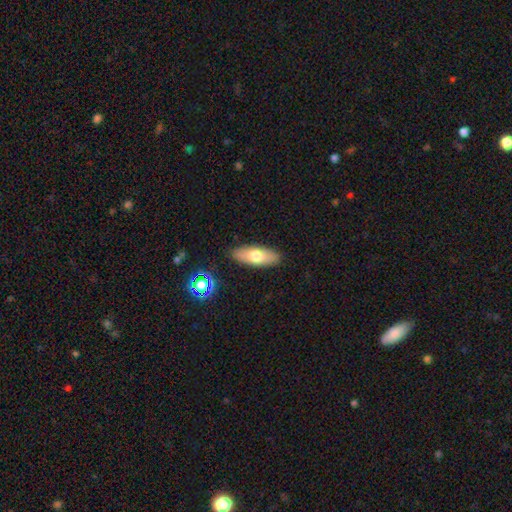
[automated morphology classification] Smooth or featured? smooth (69%)
How rounded? in between (71%)
Merging? none (88%)